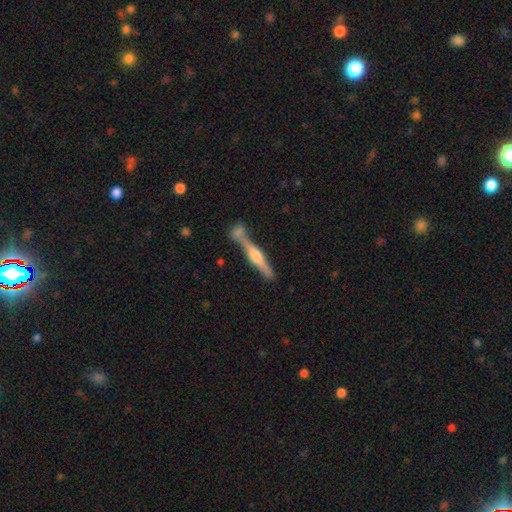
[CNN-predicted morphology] A featured or disk galaxy (75%) viewed edge-on (98%) with a rounded central bulge (88%).

Vote fractions:
- Smooth or featured? featured or disk: 75% / smooth: 20% / star or artifact: 6%
- Edge-on disk? yes: 98% / no: 2%
- Edge-on bulge? rounded: 88% / boxy: 8% / none: 4%
- Merging? none: 70% / merger: 17% / minor disturbance: 10% / major disturbance: 3%